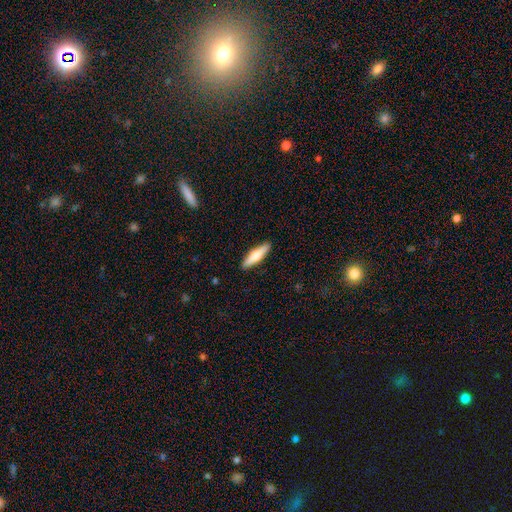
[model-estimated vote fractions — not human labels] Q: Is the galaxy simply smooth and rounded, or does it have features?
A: smooth — 60%.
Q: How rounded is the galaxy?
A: cigar-shaped — 73%.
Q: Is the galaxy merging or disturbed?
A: none — 90%.